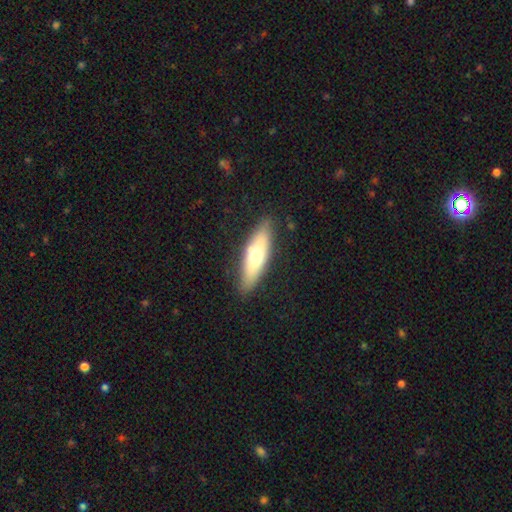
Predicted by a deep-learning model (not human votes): smooth-or-featured: smooth: 60% | featured or disk: 34% | star or artifact: 6%
  how-rounded: cigar-shaped: 51% | in between: 47% | round: 2%
  merging: none: 83% | minor disturbance: 13% | major disturbance: 3% | merger: 2%